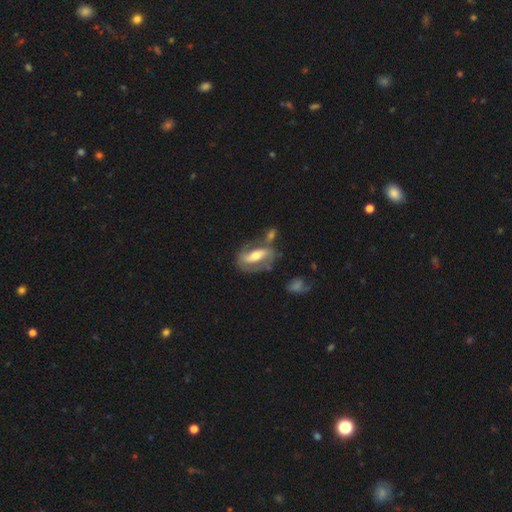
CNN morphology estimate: Overall: featured or disk (69%). Edge-on disk: no (85%). Bar: strong (57%; weak 23%). Spiral arms: yes (69%; no 31%). Bulge size: moderate (67%). Merging: none (56%; minor disturbance 19%).